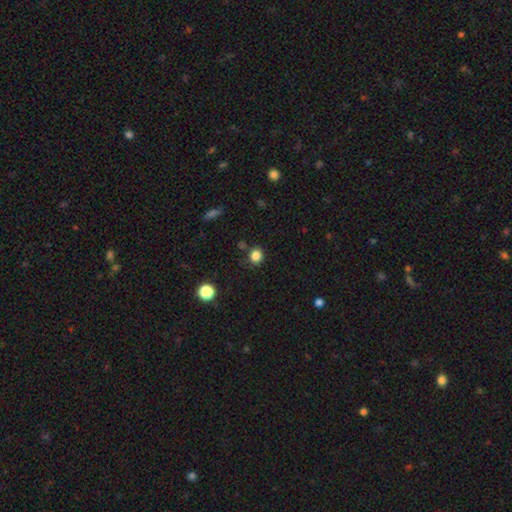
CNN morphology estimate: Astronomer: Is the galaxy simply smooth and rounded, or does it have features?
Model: smooth — 84%.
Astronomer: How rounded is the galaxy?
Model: round — 84%.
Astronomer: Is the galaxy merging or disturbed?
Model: none — 83%.